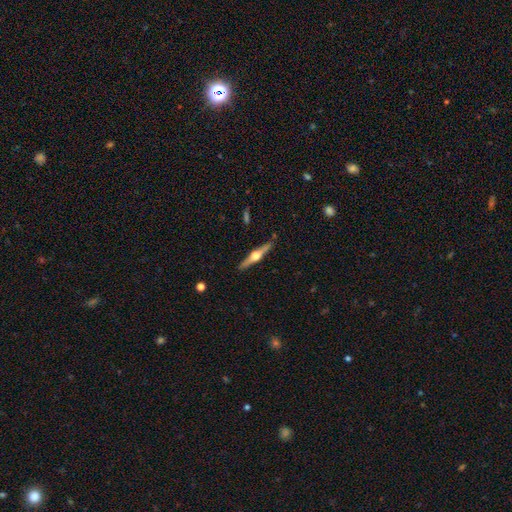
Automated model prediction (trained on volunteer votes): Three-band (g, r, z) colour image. It shows a featured or disk galaxy (78%) viewed edge-on (98%) with a rounded central bulge (95%). Merging: none (90%).